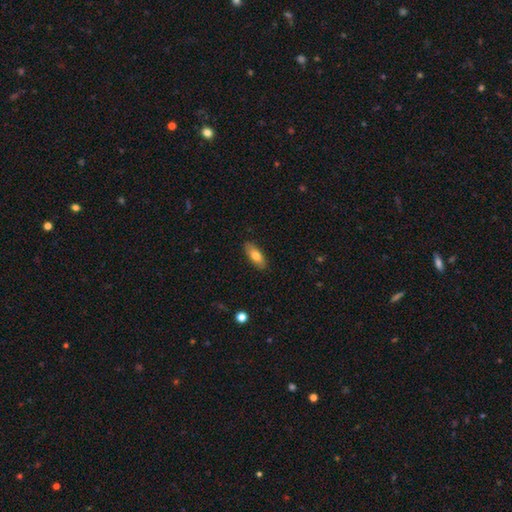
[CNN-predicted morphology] Overall: smooth (76%). How rounded: in between (77%). Merging: none (87%).